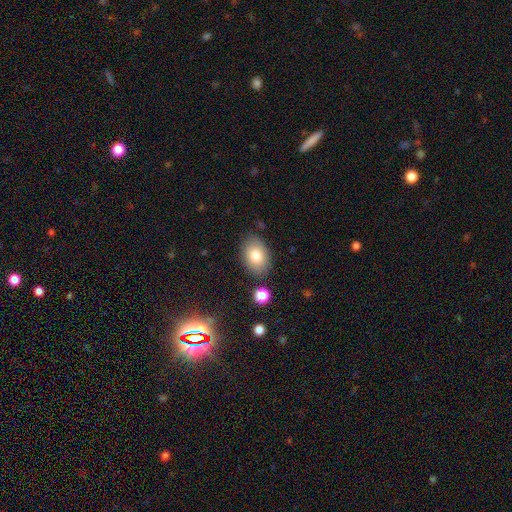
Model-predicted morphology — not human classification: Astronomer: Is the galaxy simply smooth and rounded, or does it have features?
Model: smooth — 81%.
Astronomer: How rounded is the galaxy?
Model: in between — 84%.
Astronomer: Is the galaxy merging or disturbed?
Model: none — 82%.